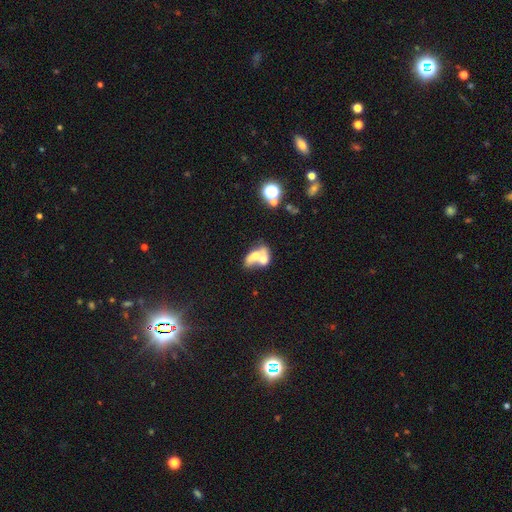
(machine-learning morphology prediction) Q: Smooth or featured?
A: smooth (51%); runner-up: featured or disk (39%)
Q: How rounded?
A: in between (72%); runner-up: round (24%)
Q: Merging?
A: merger (74%); runner-up: none (13%)